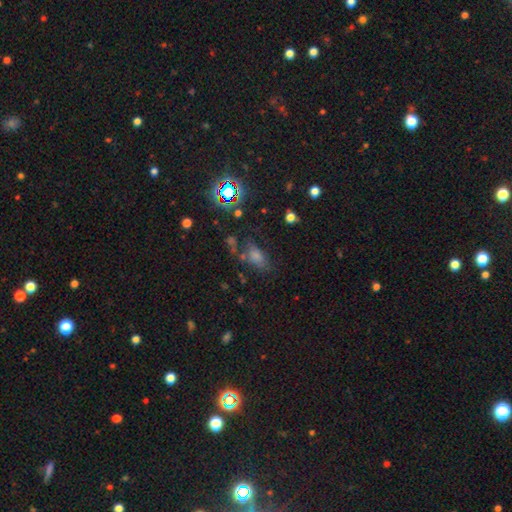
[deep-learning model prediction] smooth-or-featured: smooth: 47% | star or artifact: 38% | featured or disk: 15%
  merging: none: 58% | minor disturbance: 20% | major disturbance: 12% | merger: 10%